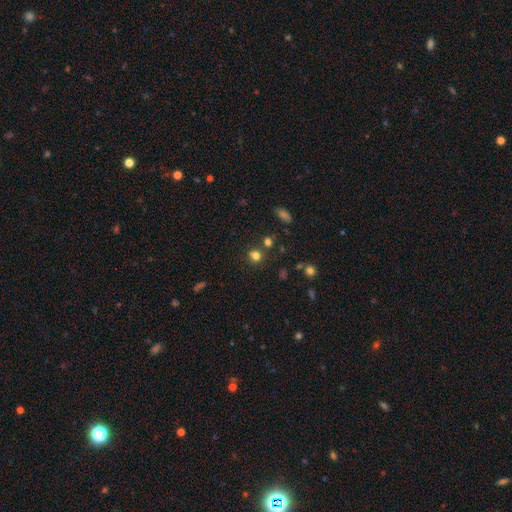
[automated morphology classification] smooth 76%, star or artifact 18%, featured or disk 7%. Down the decision tree: how rounded — round (82%); merging — none (74%).